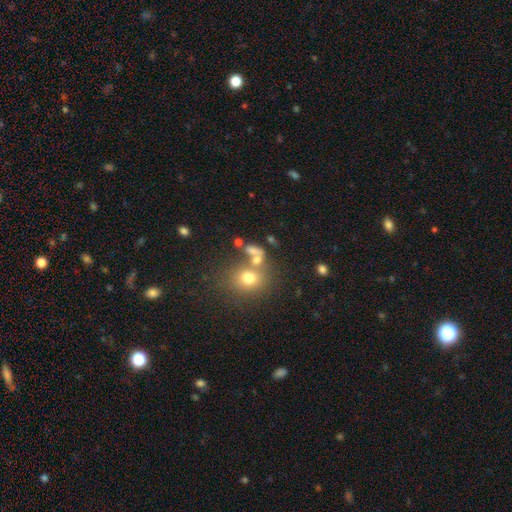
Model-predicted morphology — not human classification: type=smooth (67%); roundness=in between (54%); merging=merger (41%).